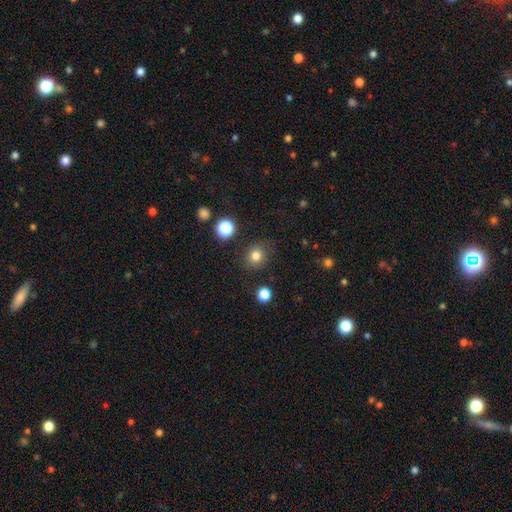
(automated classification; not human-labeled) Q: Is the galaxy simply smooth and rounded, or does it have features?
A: smooth — 81%.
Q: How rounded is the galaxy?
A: round — 82%.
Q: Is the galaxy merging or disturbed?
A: none — 84%.